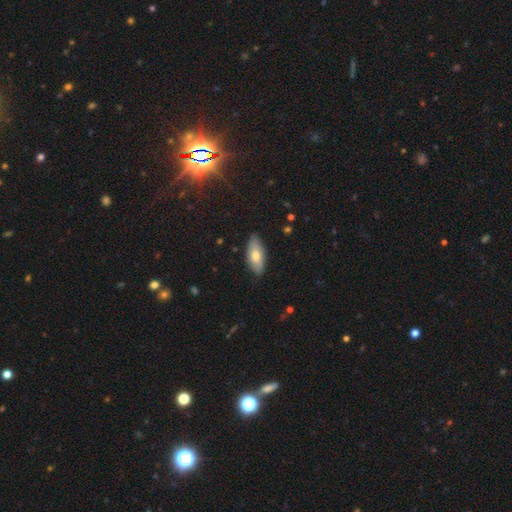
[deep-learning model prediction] smooth_or_featured: smooth (p=0.71) [alt: featured or disk p=0.23]
how_rounded: in between (p=0.85) [alt: cigar-shaped p=0.13]
merging: none (p=0.84) [alt: minor disturbance p=0.13]